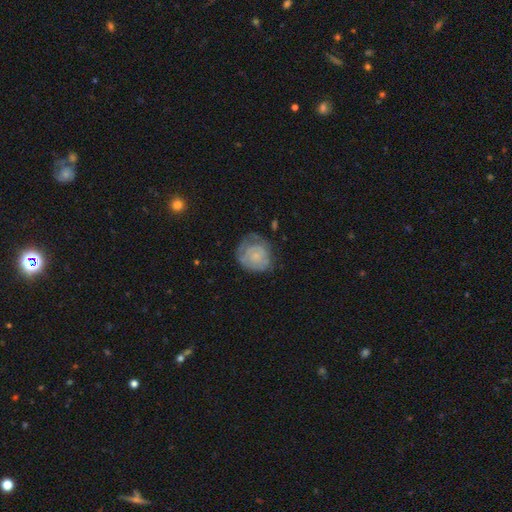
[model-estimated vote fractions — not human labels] This appears to be a featured or disk galaxy (52%) with no bar (82%), spiral arms (67%) and a small central bulge (58%). Merging: none (52%).